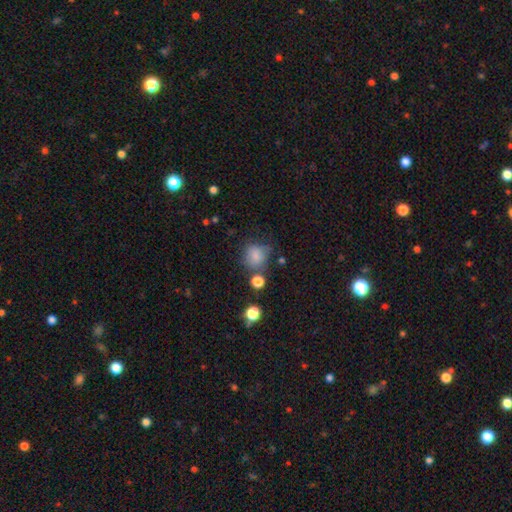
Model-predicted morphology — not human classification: Smooth or featured?
  - smooth: 77% *
  - star or artifact: 13%
  - featured or disk: 10%
How rounded?
  - round: 73% *
  - in between: 26%
  - cigar-shaped: 1%
Merging?
  - none: 56% *
  - minor disturbance: 24%
  - major disturbance: 11%
  - merger: 10%